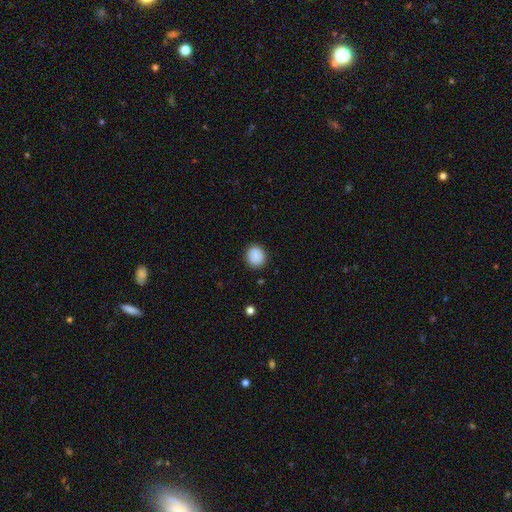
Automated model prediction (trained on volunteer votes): smooth 89%, star or artifact 8%, featured or disk 3%. Down the decision tree: how rounded — round (76%); merging — none (88%).